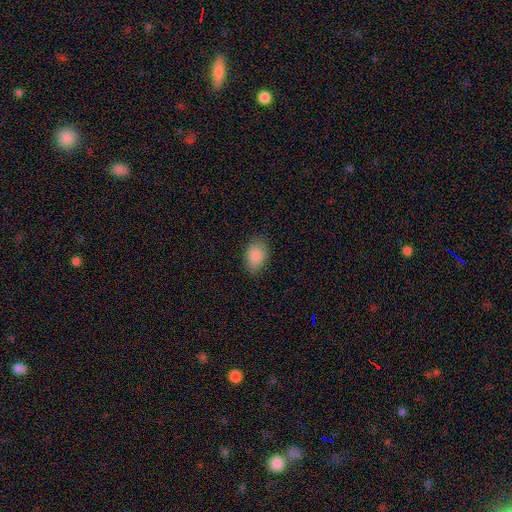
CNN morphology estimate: smooth-or-featured: smooth: 86% | star or artifact: 8% | featured or disk: 6%
  how-rounded: in between: 84% | round: 14% | cigar-shaped: 1%
  merging: none: 84% | minor disturbance: 12% | major disturbance: 3% | merger: 1%